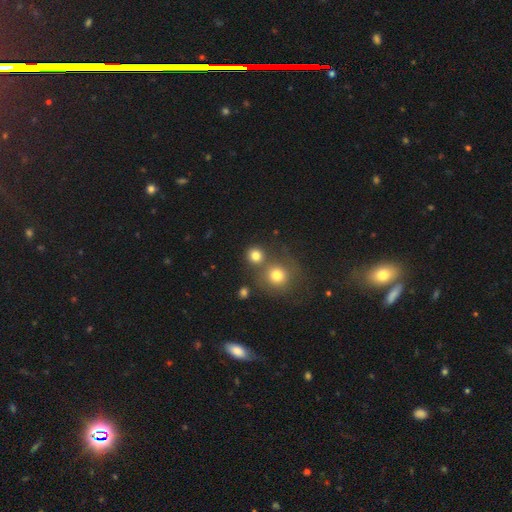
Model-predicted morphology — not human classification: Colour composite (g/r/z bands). It shows a smooth galaxy with no disk features (80%) that is round (89%). Merging: none (64%).